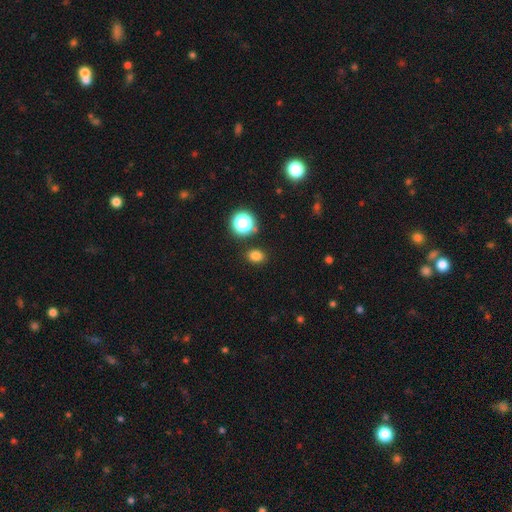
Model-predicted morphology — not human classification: A smooth galaxy with no disk features (78%) that is in between round and cigar-shaped (51%).

Vote fractions:
- Smooth or featured? smooth: 78% / star or artifact: 17% / featured or disk: 5%
- How rounded? in between: 51% / round: 48% / cigar-shaped: 1%
- Merging? none: 87% / minor disturbance: 8% / merger: 3% / major disturbance: 2%